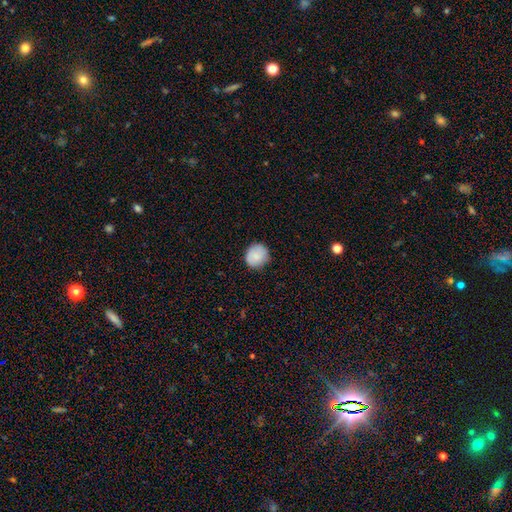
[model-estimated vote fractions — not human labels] Overall: smooth (85%). How rounded: round (85%). Merging: none (85%).